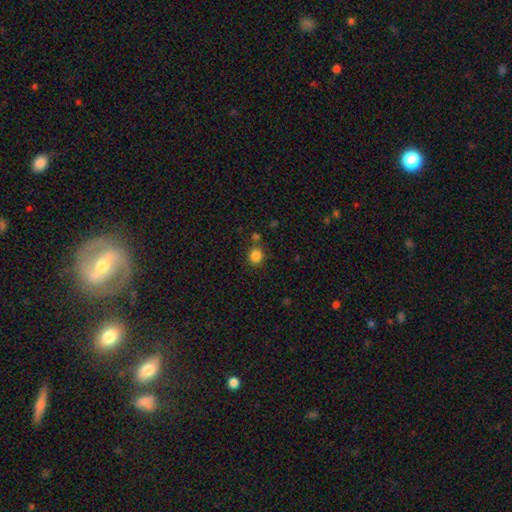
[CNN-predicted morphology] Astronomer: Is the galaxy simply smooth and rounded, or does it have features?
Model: smooth — 84%.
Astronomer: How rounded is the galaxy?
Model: round — 85%.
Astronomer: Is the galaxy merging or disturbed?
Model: none — 77%.